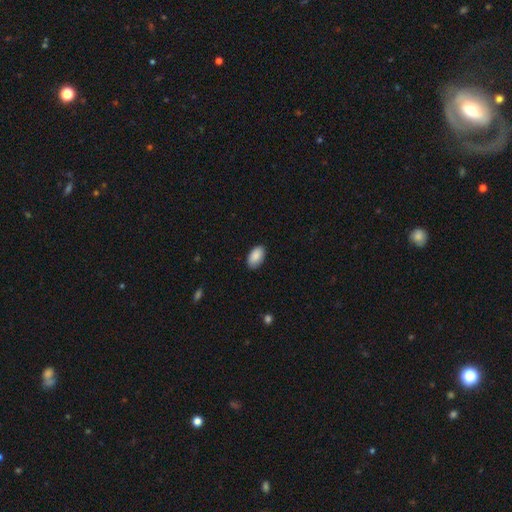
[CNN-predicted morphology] Q: Smooth or featured?
A: smooth (90%); runner-up: star or artifact (7%)
Q: How rounded?
A: in between (94%); runner-up: round (4%)
Q: Merging?
A: none (86%); runner-up: minor disturbance (11%)